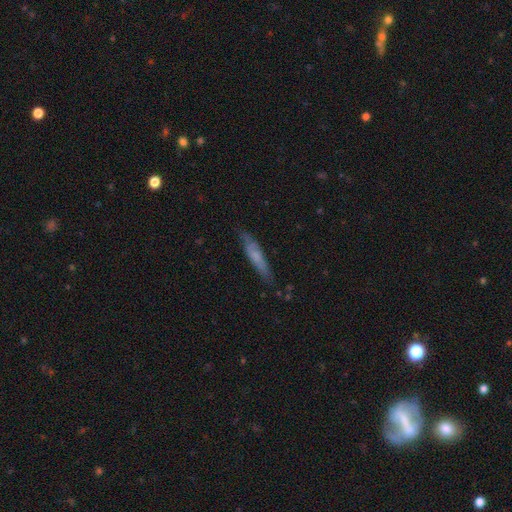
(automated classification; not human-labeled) smooth 61%, featured or disk 32%, star or artifact 6%. Down the decision tree: how rounded — cigar-shaped (87%); merging — none (79%).